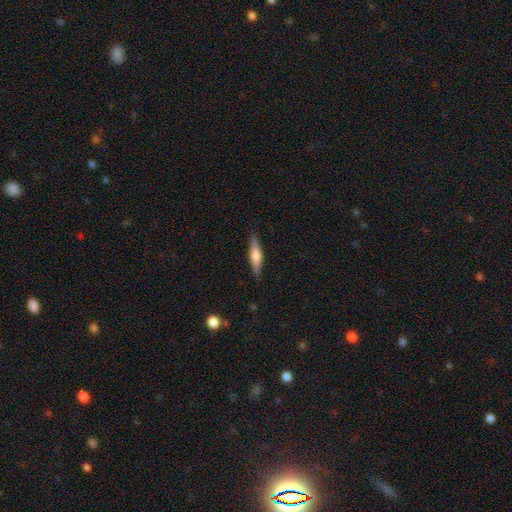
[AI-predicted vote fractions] Smooth or featured: smooth — 57% (featured or disk — 38%)
How rounded: cigar-shaped — 81% (in between — 18%)
Merging: none — 88% (minor disturbance — 9%)